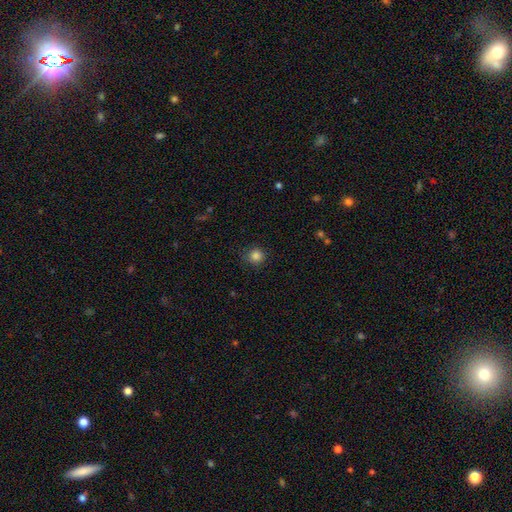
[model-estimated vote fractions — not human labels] smooth 84%, star or artifact 12%, featured or disk 4%. Down the decision tree: how rounded — round (92%); merging — none (84%).